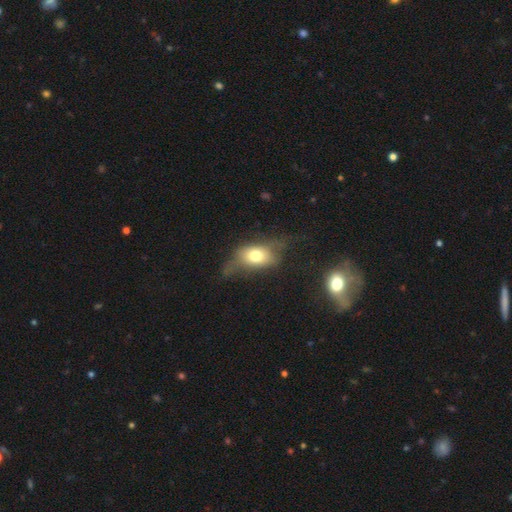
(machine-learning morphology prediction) This is likely a smooth galaxy (64%). How rounded: likely in between (77%). Merging: marginally none (35%).